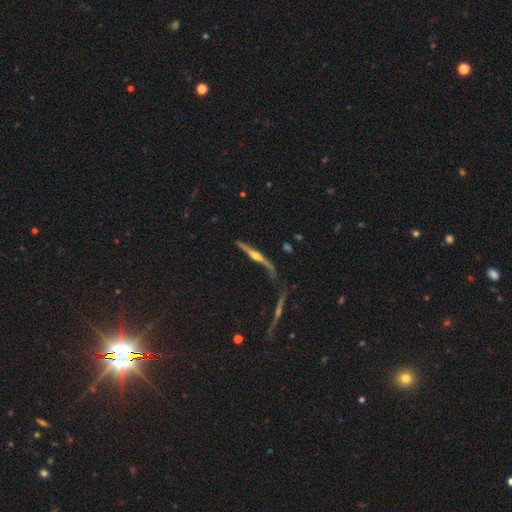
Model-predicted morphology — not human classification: Overall: featured or disk (79%). Edge-on disk: yes (93%). Edge-on bulge: rounded (92%). Merging: none (59%; minor disturbance 22%).